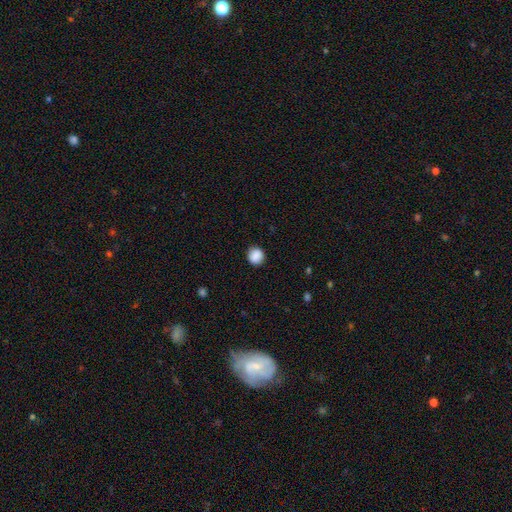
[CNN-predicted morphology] Smooth or featured: smooth — 89% (star or artifact — 9%)
How rounded: round — 89% (in between — 10%)
Merging: none — 90% (minor disturbance — 7%)